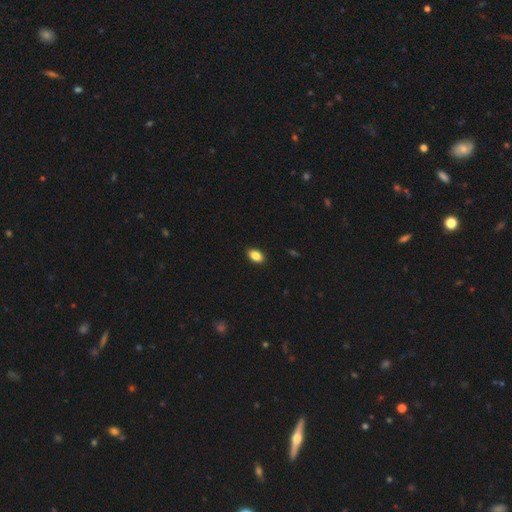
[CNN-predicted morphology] type=smooth (86%); roundness=in between (89%); merging=none (90%).